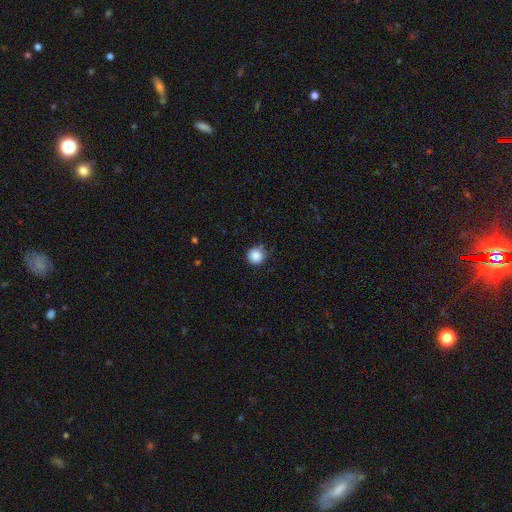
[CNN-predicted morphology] This appears to be a smooth galaxy with no disk features (87%) that is round (95%). Merging: none (79%).